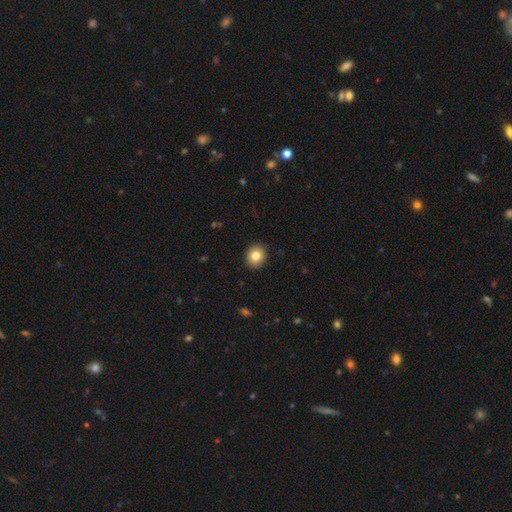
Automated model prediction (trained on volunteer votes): Smooth or featured: smooth — 82% (star or artifact — 9%)
How rounded: round — 68% (in between — 31%)
Merging: none — 91% (minor disturbance — 6%)